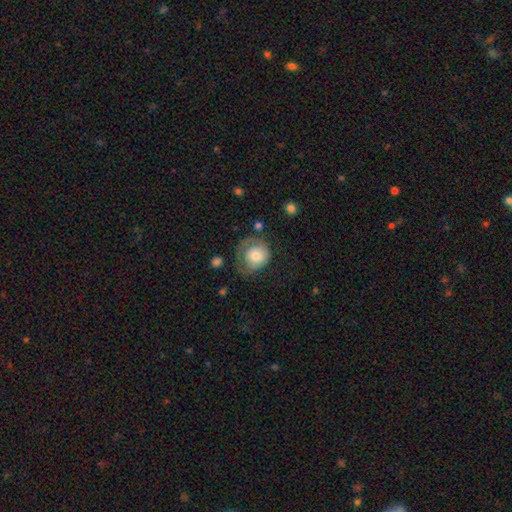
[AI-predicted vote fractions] Overall: smooth (62%; featured or disk 30%). How rounded: round (74%). Merging: none (38%; major disturbance 31%).